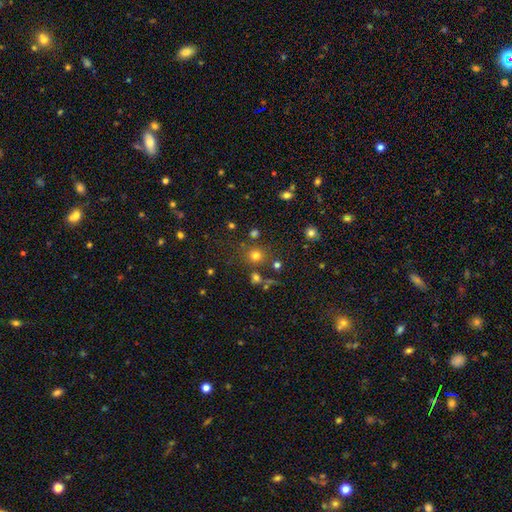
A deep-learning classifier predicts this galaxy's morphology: Smooth or featured? Predicted: smooth (p=0.73). How rounded? Predicted: round (p=0.89). Merging? Predicted: none (p=0.77).